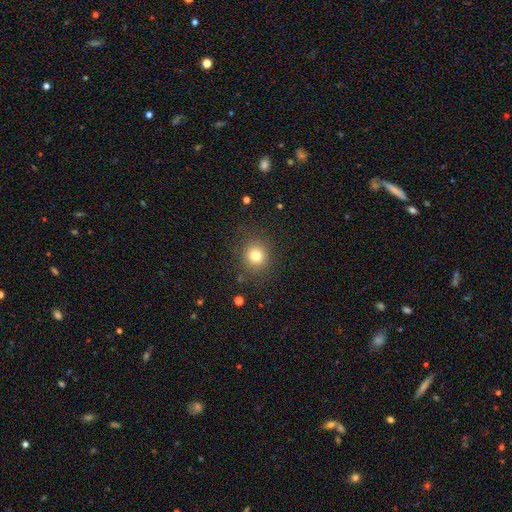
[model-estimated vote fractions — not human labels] smooth 78%, star or artifact 14%, featured or disk 8%. Down the decision tree: how rounded — round (85%); merging — none (86%).